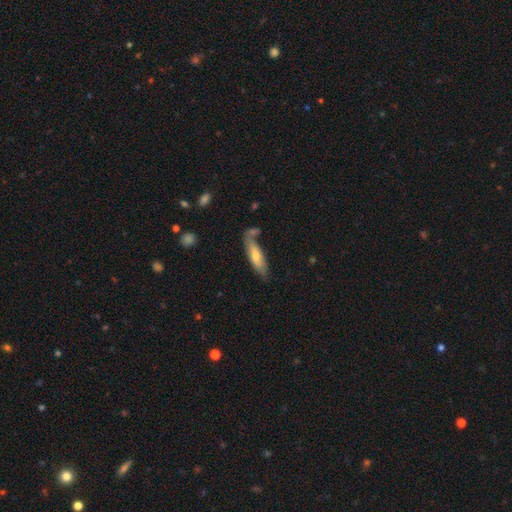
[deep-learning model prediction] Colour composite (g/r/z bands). It shows a smooth galaxy with no disk features (64%) that is cigar-shaped (57%). Merging: none (59%).